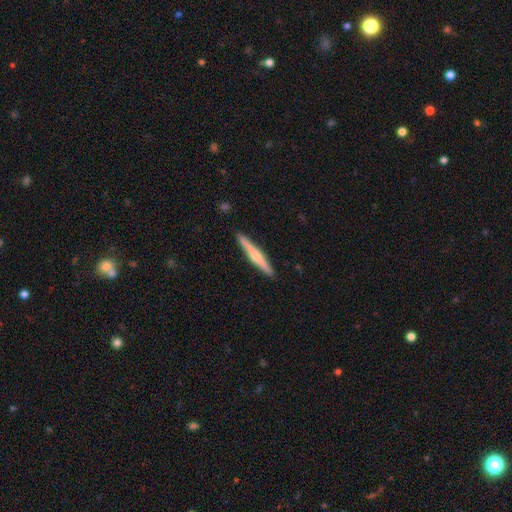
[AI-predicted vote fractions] Smooth or featured: featured or disk — 58% (smooth — 37%)
Edge-on disk: yes — 98% (no — 2%)
Edge-on bulge: rounded — 75% (none — 16%)
Merging: none — 91% (minor disturbance — 6%)